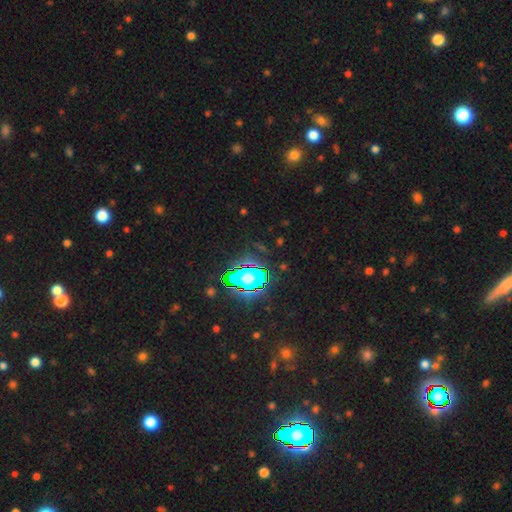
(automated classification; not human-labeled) Smooth or featured? star or artifact (82%)